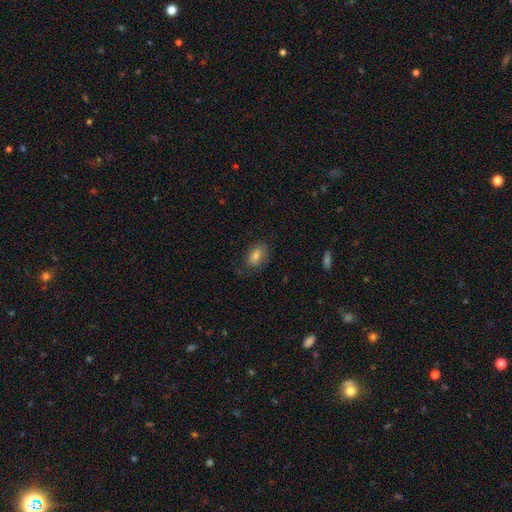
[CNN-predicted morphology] Smooth or featured? smooth (71%)
How rounded? in between (80%)
Merging? none (74%)